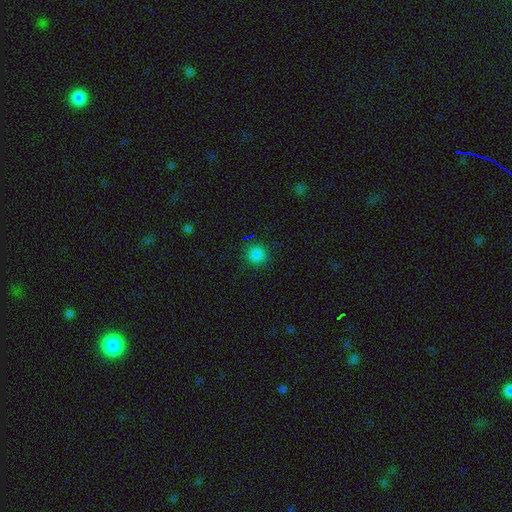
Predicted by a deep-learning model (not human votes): smooth_or_featured: smooth (p=0.82) [alt: star or artifact p=0.14]
how_rounded: round (p=0.93) [alt: in between p=0.06]
merging: none (p=0.90) [alt: minor disturbance p=0.07]